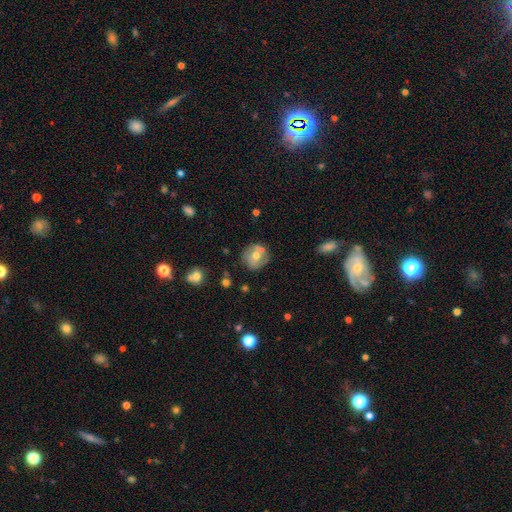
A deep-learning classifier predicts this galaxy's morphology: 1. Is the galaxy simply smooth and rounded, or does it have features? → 56% smooth, 35% featured or disk, 9% star or artifact.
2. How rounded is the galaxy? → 88% round, 11% in between, 1% cigar-shaped.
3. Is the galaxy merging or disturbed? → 70% none, 14% minor disturbance, 12% merger, 4% major disturbance.